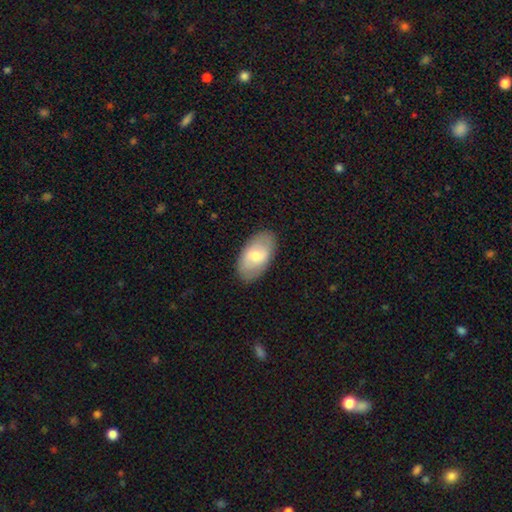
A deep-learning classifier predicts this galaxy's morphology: Q: Smooth or featured?
A: smooth (59%); runner-up: featured or disk (35%)
Q: How rounded?
A: in between (94%); runner-up: round (4%)
Q: Merging?
A: none (86%); runner-up: minor disturbance (10%)